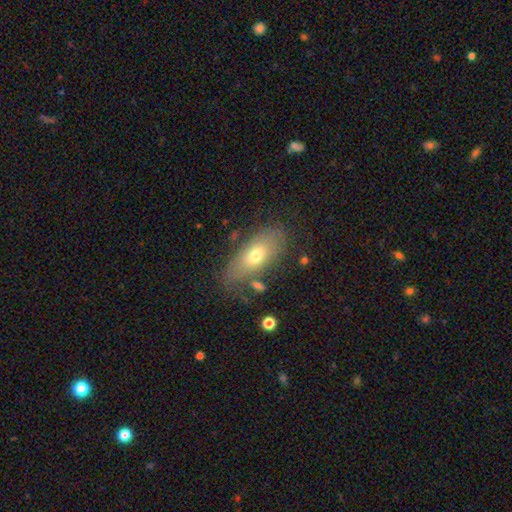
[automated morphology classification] This appears to be a smooth galaxy with no disk features (65%) that is in between round and cigar-shaped (83%). Merging: none (72%).